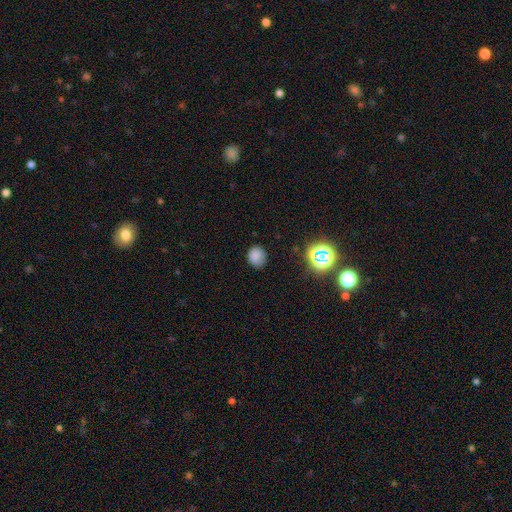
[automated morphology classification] smooth_or_featured: smooth (p=0.78) [alt: star or artifact p=0.16]
how_rounded: round (p=0.73) [alt: in between p=0.26]
merging: none (p=0.75) [alt: minor disturbance p=0.19]